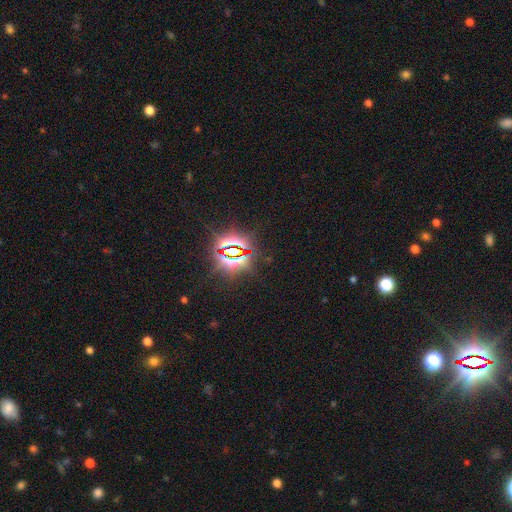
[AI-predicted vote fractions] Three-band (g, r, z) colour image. It shows a star or artifact, not a galaxy (84%).